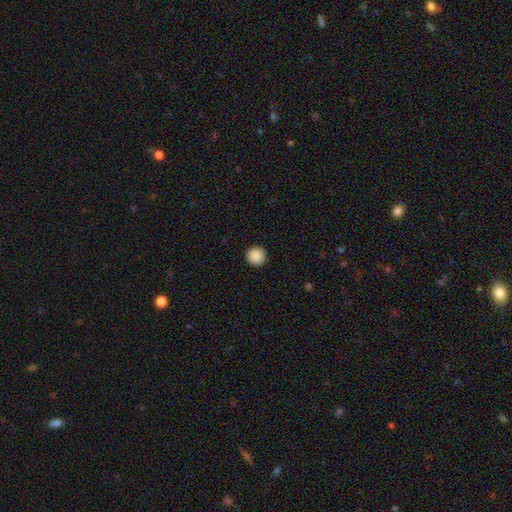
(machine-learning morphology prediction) Smooth or featured? Predicted: smooth (p=0.89). How rounded? Predicted: round (p=0.96). Merging? Predicted: none (p=0.93).